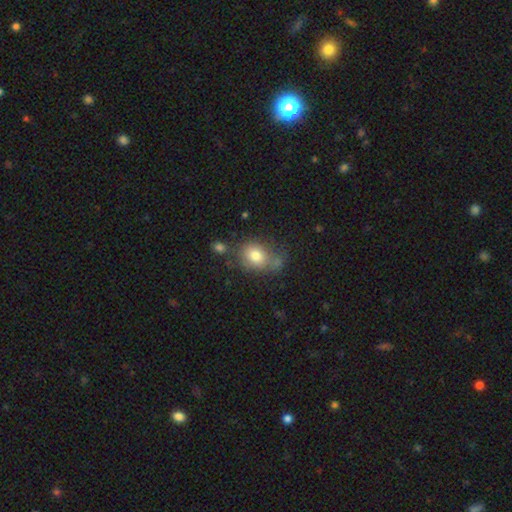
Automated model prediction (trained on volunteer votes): The model was most divided on "how rounded": in between: 60%, round: 39%, cigar-shaped: 1%. Remaining: smooth or featured — smooth (77%); merging — none (49%).